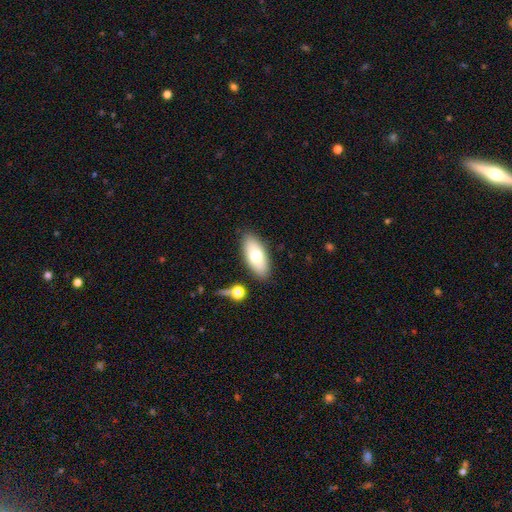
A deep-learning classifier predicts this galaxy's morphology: Overall: smooth (71%). How rounded: in between (86%). Merging: none (83%).